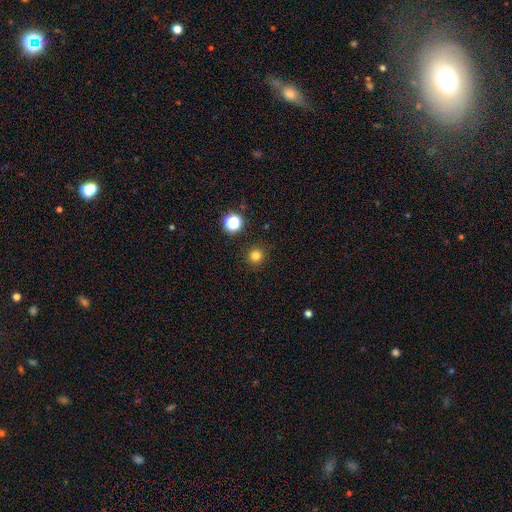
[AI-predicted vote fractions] Smooth or featured?
  - smooth: 80% *
  - star or artifact: 16%
  - featured or disk: 5%
How rounded?
  - round: 95% *
  - in between: 4%
  - cigar-shaped: 1%
Merging?
  - none: 91% *
  - minor disturbance: 6%
  - major disturbance: 2%
  - merger: 1%